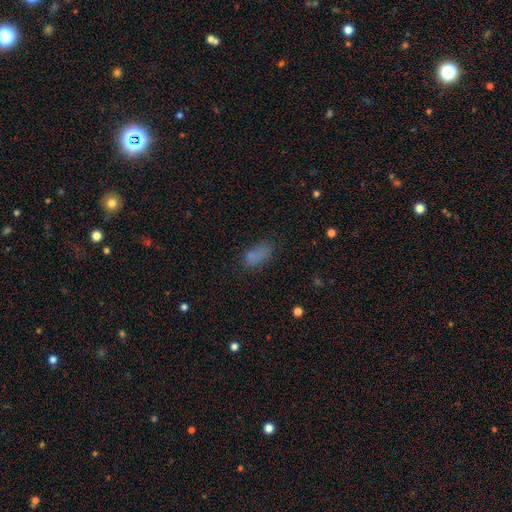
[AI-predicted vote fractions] This is likely a smooth galaxy (74%). How rounded: clearly in between (88%). Merging: possibly none (57%).